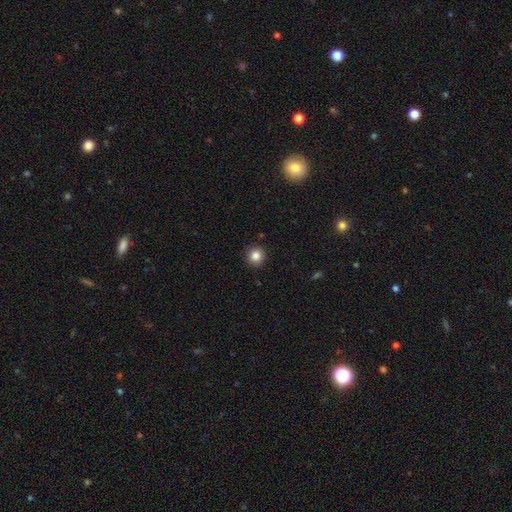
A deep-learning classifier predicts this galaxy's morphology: Smooth or featured: smooth — 85% (star or artifact — 10%)
How rounded: round — 94% (in between — 5%)
Merging: none — 92% (minor disturbance — 6%)